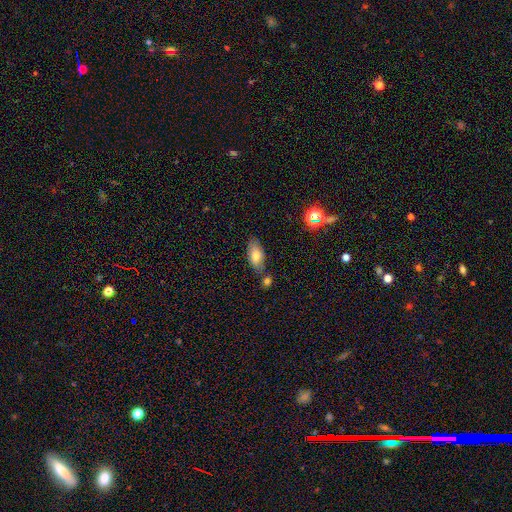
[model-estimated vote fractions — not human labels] Morphology: type=smooth (75%); roundness=in between (88%); merging=none (68%).